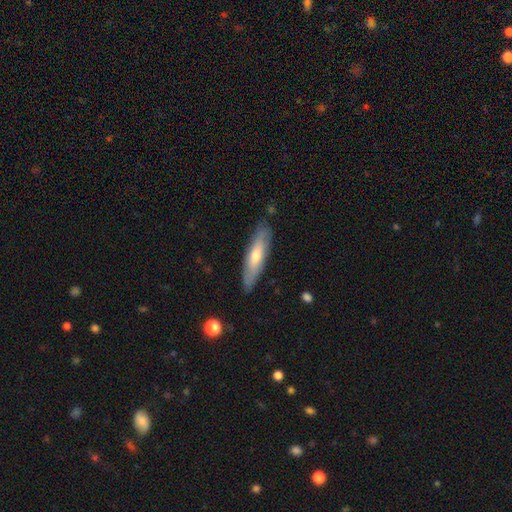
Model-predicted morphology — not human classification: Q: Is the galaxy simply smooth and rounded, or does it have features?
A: smooth — 56%.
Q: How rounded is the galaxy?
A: cigar-shaped — 71%.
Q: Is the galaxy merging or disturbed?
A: none — 84%.